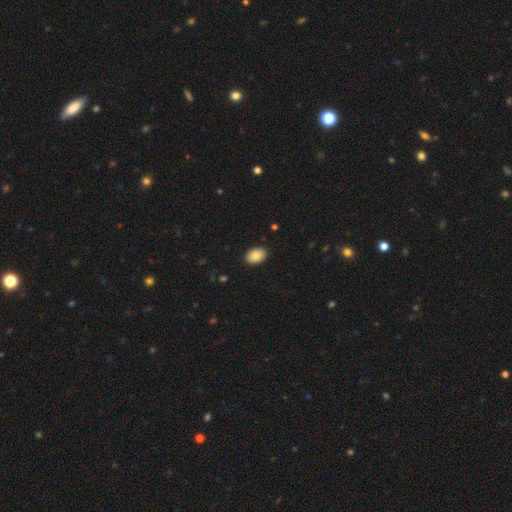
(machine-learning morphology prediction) Smooth or featured?
  - smooth: 87% *
  - star or artifact: 7%
  - featured or disk: 6%
How rounded?
  - in between: 85% *
  - round: 14%
  - cigar-shaped: 1%
Merging?
  - none: 90% *
  - minor disturbance: 8%
  - major disturbance: 2%
  - merger: 1%